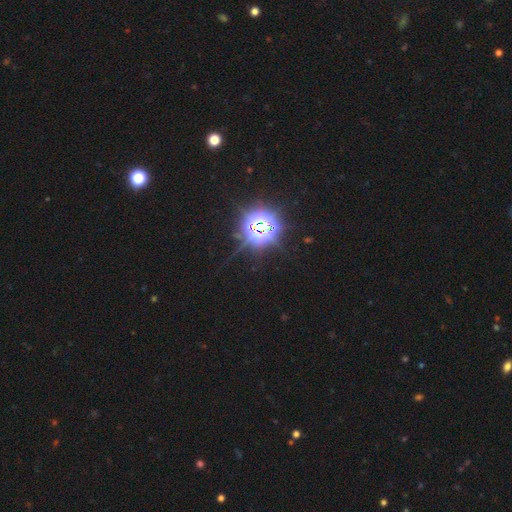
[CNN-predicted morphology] Q: Smooth or featured?
A: star or artifact (84%); runner-up: smooth (10%)